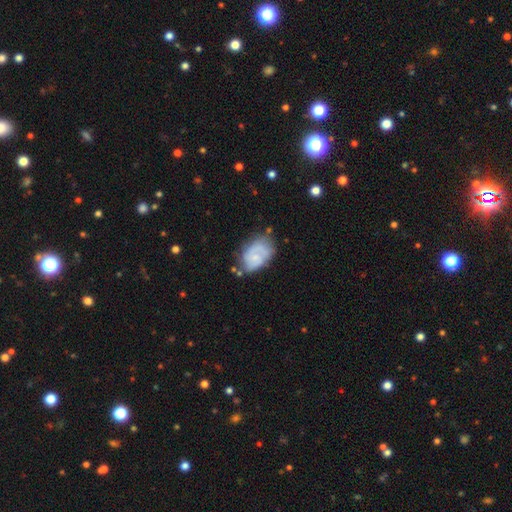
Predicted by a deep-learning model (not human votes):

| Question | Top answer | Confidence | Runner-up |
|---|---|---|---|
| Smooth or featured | featured or disk | 55% | smooth (37%) |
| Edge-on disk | no | 97% | yes (3%) |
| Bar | no | 67% | weak (29%) |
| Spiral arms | yes | 80% | no (20%) |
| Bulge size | small | 62% | moderate (19%) |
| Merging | none | 51% | minor disturbance (30%) |